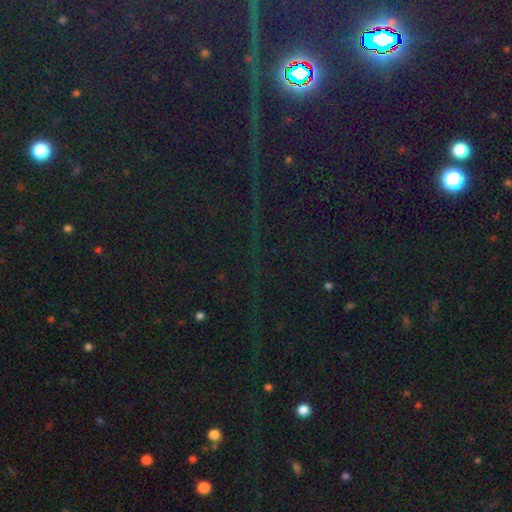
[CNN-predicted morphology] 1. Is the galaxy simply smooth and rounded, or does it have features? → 87% star or artifact, 7% smooth, 6% featured or disk.